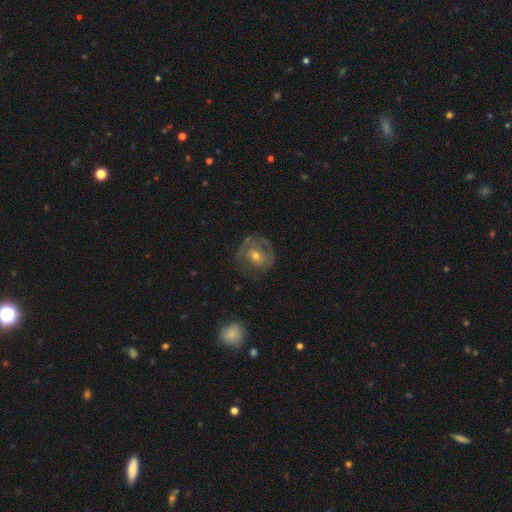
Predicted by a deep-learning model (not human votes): This is likely a featured or disk galaxy (64%). It is clearly not viewed edge-on (97%). Bar: likely no (66%). Spiral arm pattern: likely yes (69%). Central bulge: possibly moderate (54%). Merging: likely none (67%).